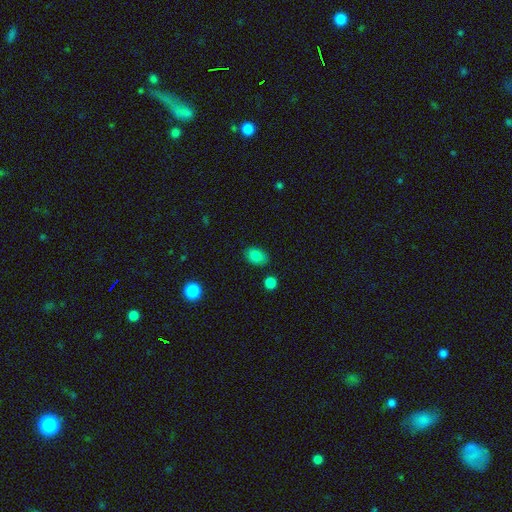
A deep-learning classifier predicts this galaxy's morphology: A smooth galaxy with no disk features (83%) that is in between round and cigar-shaped (77%). Merging: none (81%).